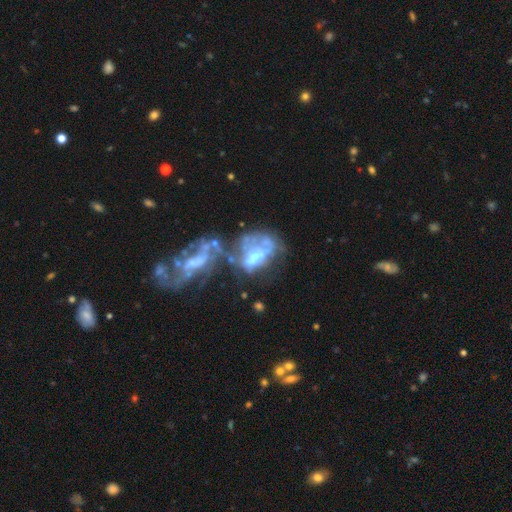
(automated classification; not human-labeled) Smooth or featured?
  - featured or disk: 66% *
  - smooth: 20%
  - star or artifact: 14%
Edge-on disk?
  - no: 96% *
  - yes: 4%
Bar?
  - no: 76% *
  - weak: 16%
  - strong: 8%
Spiral arms?
  - no: 80% *
  - yes: 20%
Bulge size?
  - moderate: 41% *
  - small: 25%
  - none: 24%
  - large: 8%
  - dominant: 2%
Merging?
  - merger: 50% *
  - major disturbance: 26%
  - none: 14%
  - minor disturbance: 9%